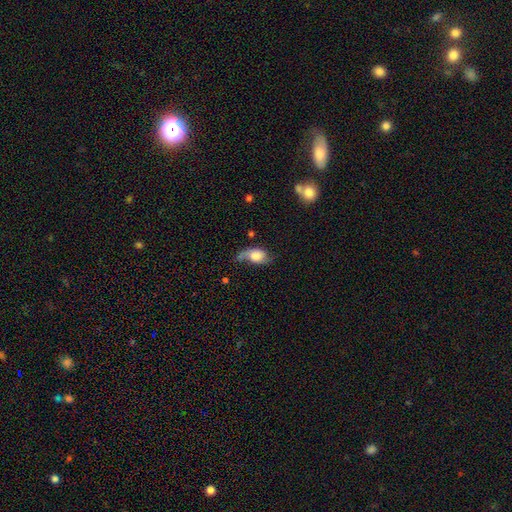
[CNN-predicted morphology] Overall: smooth (50%; featured or disk 41%). How rounded: in between (82%). Merging: none (35%; minor disturbance 32%).